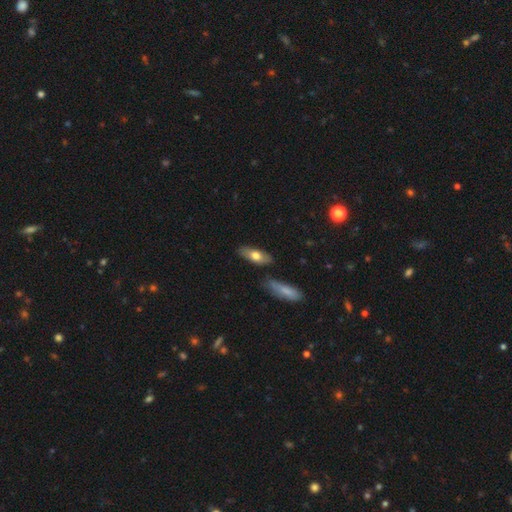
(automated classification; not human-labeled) Smooth or featured? Predicted: smooth (p=0.67). How rounded? Predicted: in between (p=0.72). Merging? Predicted: none (p=0.79).